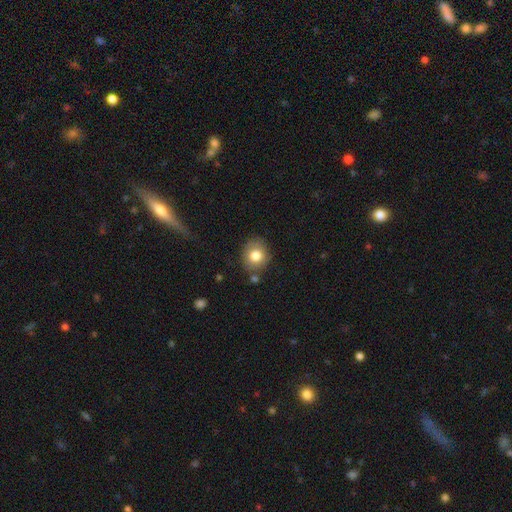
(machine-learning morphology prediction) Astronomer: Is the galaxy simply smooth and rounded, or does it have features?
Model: smooth — 80%.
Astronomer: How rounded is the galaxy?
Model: round — 73%.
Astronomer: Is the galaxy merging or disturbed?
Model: none — 77%.